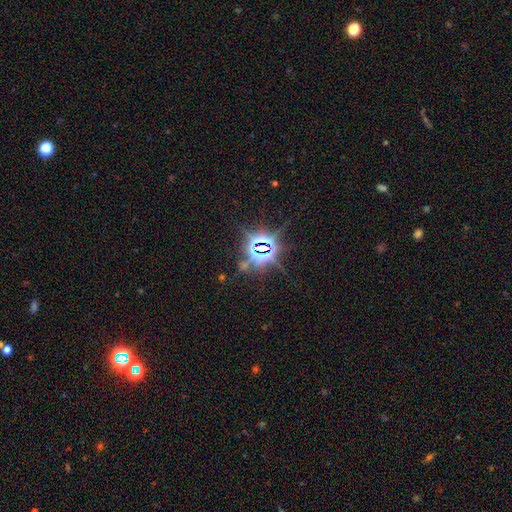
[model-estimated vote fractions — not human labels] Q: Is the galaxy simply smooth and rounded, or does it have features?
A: star or artifact — 84%.